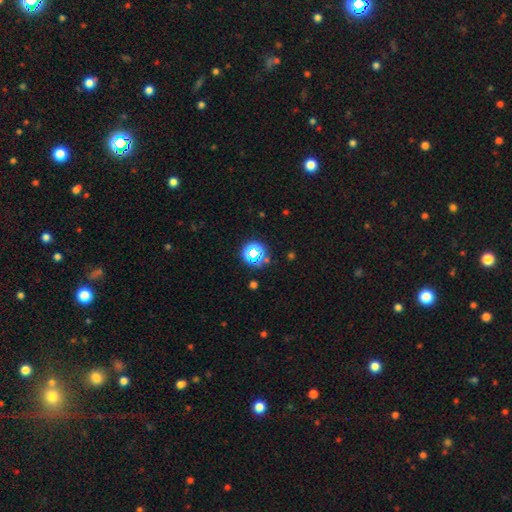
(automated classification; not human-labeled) A star or artifact, not a galaxy (58%).

Vote fractions:
- Smooth or featured? star or artifact: 58% / smooth: 32% / featured or disk: 10%